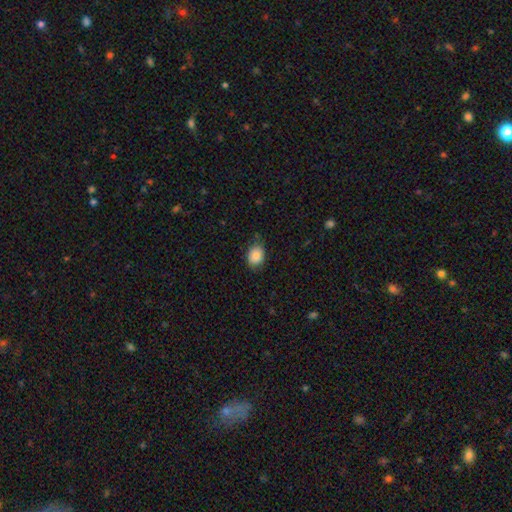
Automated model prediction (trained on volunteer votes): Smooth or featured? smooth (88%)
How rounded? in between (71%)
Merging? none (72%)